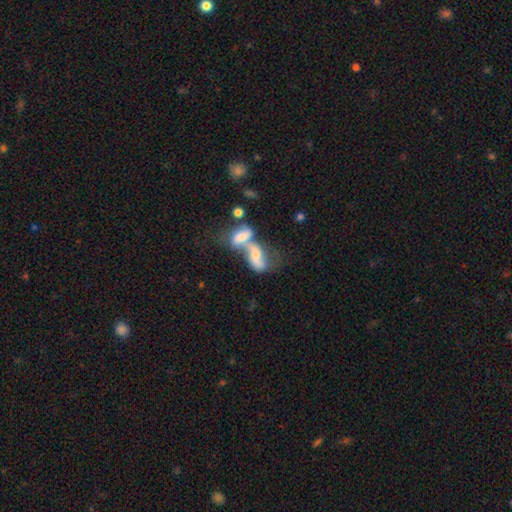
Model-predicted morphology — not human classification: type=featured or disk (46%); merging=merger (77%).